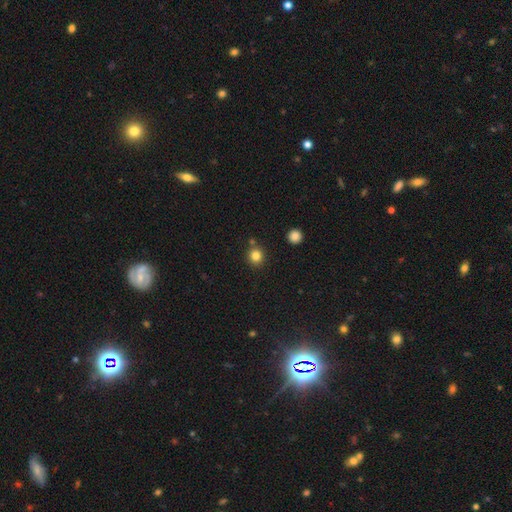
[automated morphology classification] Smooth or featured? smooth (83%)
How rounded? round (90%)
Merging? none (82%)